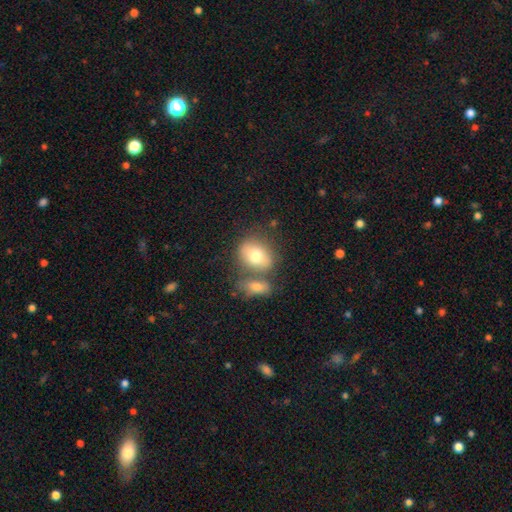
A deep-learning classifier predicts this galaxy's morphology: type=smooth (74%); roundness=in between (55%); merging=none (50%).